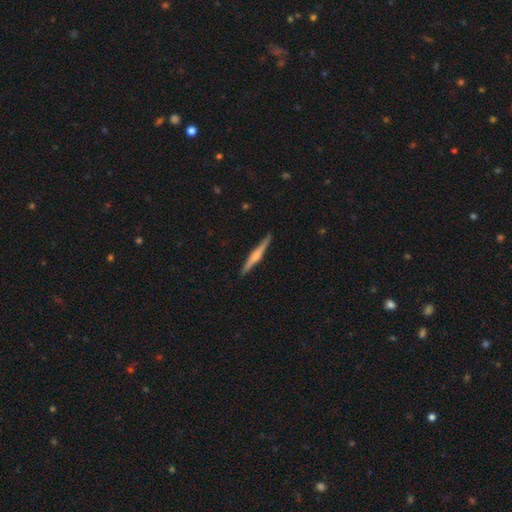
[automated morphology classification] A featured or disk galaxy (61%) viewed edge-on (98%) with a rounded central bulge (74%).

Vote fractions:
- Smooth or featured? featured or disk: 61% / smooth: 34% / star or artifact: 5%
- Edge-on disk? yes: 98% / no: 2%
- Edge-on bulge? rounded: 74% / none: 15% / boxy: 12%
- Merging? none: 90% / minor disturbance: 8% / major disturbance: 1% / merger: 1%